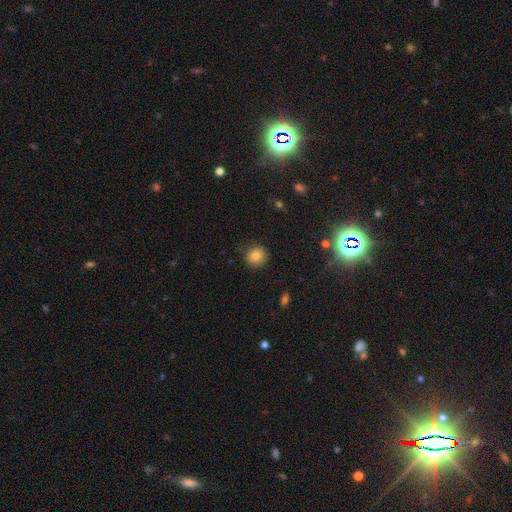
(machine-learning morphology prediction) Overall: smooth (82%). How rounded: round (89%). Merging: none (87%).